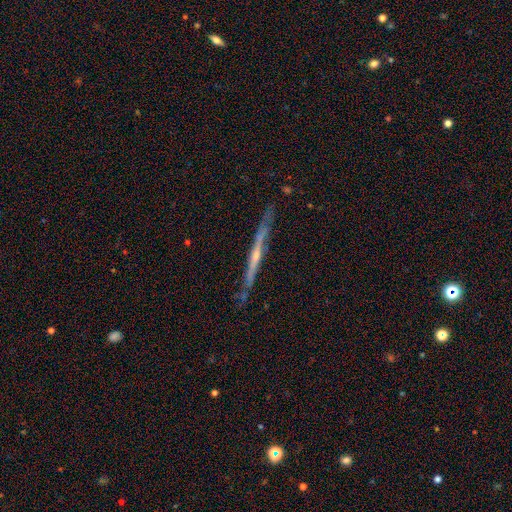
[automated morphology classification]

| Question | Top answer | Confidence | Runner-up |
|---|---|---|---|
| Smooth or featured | featured or disk | 76% | smooth (18%) |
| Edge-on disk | yes | 97% | no (3%) |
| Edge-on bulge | none | 48% | rounded (45%) |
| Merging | none | 83% | minor disturbance (13%) |